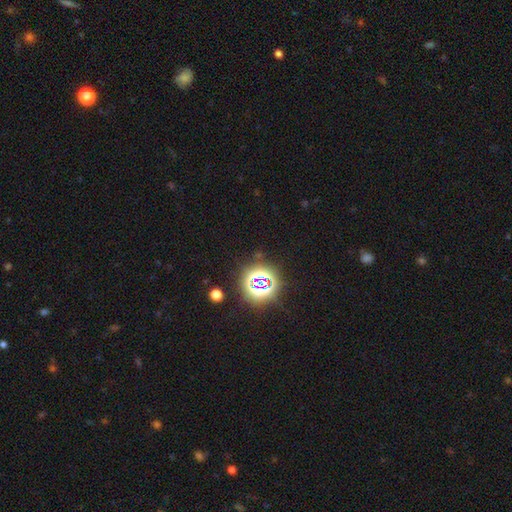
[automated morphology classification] Smooth or featured: star or artifact — 82% (smooth — 12%)